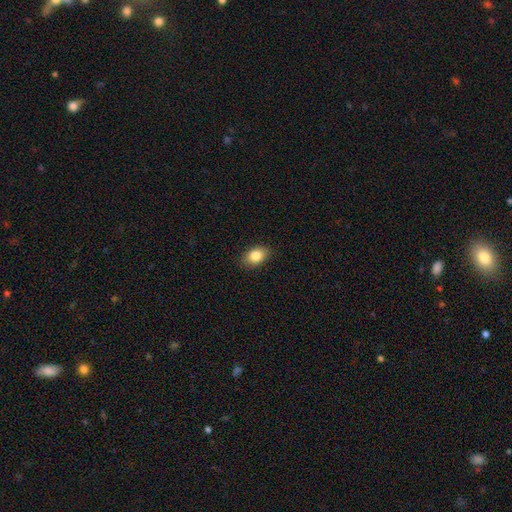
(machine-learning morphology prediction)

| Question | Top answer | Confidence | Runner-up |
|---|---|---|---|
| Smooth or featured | smooth | 84% | star or artifact (8%) |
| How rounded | in between | 82% | round (17%) |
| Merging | none | 88% | minor disturbance (9%) |